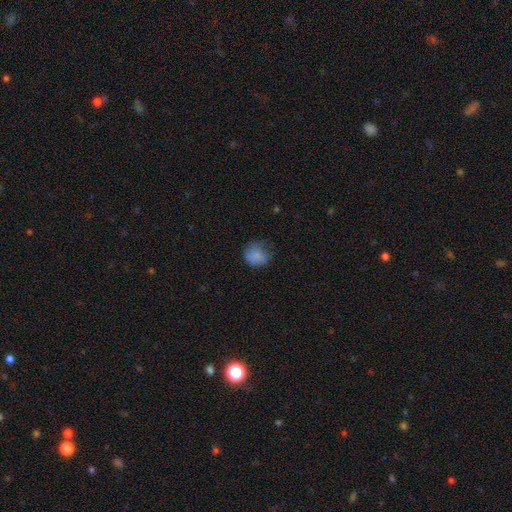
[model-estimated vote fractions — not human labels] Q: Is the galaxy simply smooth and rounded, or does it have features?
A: smooth — 81%.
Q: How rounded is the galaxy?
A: round — 76%.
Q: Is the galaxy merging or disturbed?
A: none — 60%.